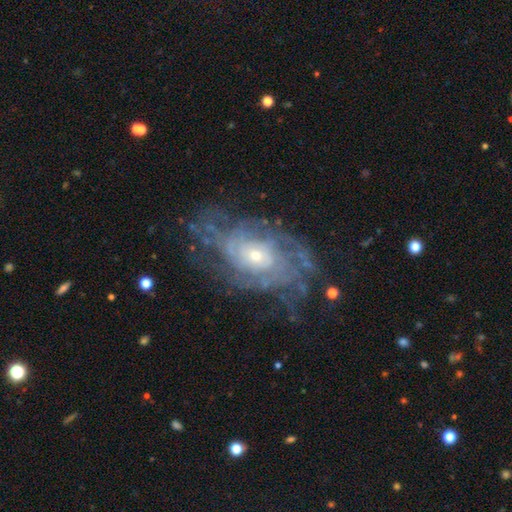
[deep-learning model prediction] Q: Smooth or featured?
A: featured or disk (84%); runner-up: smooth (9%)
Q: Edge-on disk?
A: no (95%); runner-up: yes (5%)
Q: Bar?
A: no (76%); runner-up: weak (19%)
Q: Spiral arms?
A: yes (91%); runner-up: no (9%)
Q: Spiral winding?
A: tight (65%); runner-up: medium (26%)
Q: Spiral arm count?
A: can't tell (48%); runner-up: 4 (14%)
Q: Bulge size?
A: small (65%); runner-up: moderate (30%)
Q: Merging?
A: none (70%); runner-up: minor disturbance (17%)